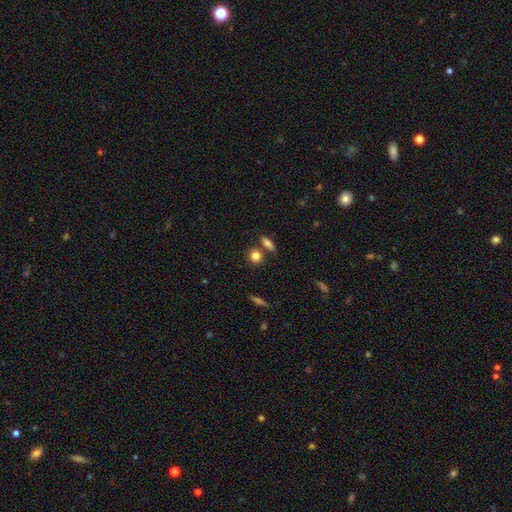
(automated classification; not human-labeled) smooth_or_featured: smooth (p=0.82) [alt: star or artifact p=0.10]
how_rounded: round (p=0.68) [alt: in between p=0.26]
merging: none (p=0.70) [alt: merger p=0.16]